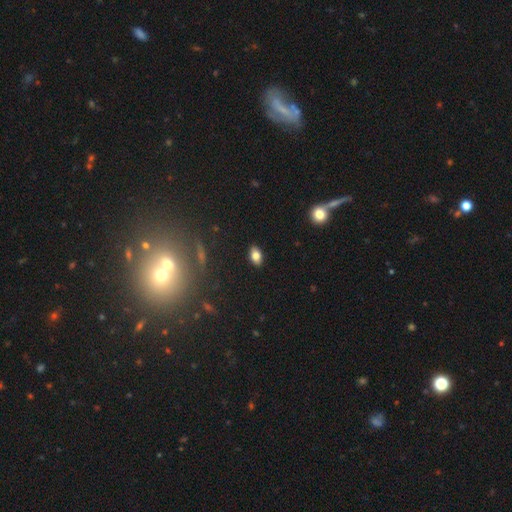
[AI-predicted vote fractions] A smooth galaxy with no disk features (80%) that is in between round and cigar-shaped (89%).

Vote fractions:
- Smooth or featured? smooth: 80% / star or artifact: 10% / featured or disk: 10%
- How rounded? in between: 89% / round: 9% / cigar-shaped: 2%
- Merging? none: 88% / minor disturbance: 9% / major disturbance: 2% / merger: 1%